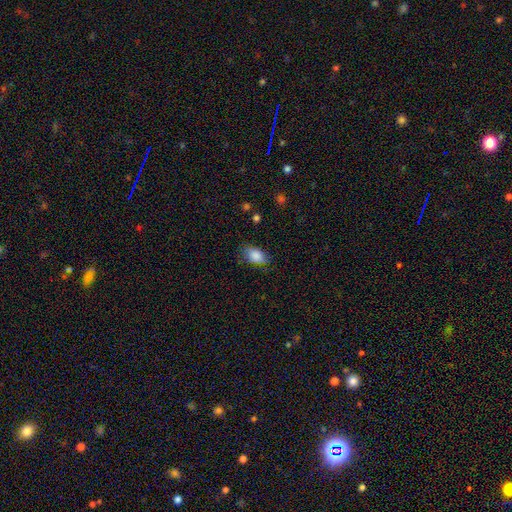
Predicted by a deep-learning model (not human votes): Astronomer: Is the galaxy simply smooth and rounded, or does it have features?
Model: smooth — 83%.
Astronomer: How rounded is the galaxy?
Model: in between — 89%.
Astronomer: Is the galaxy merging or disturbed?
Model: none — 69%.